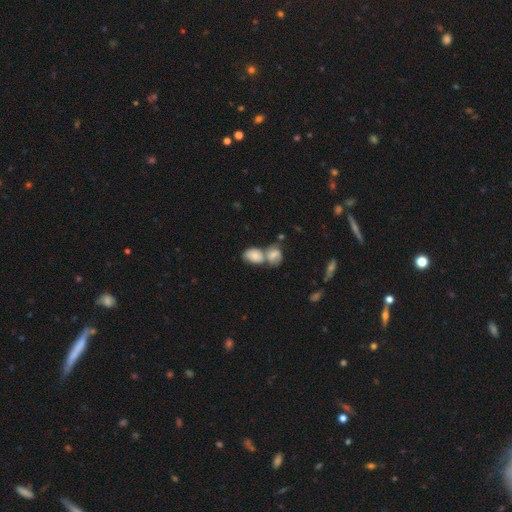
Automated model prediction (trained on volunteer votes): Q: Smooth or featured?
A: smooth (71%); runner-up: featured or disk (21%)
Q: How rounded?
A: in between (78%); runner-up: round (20%)
Q: Merging?
A: merger (65%); runner-up: none (21%)